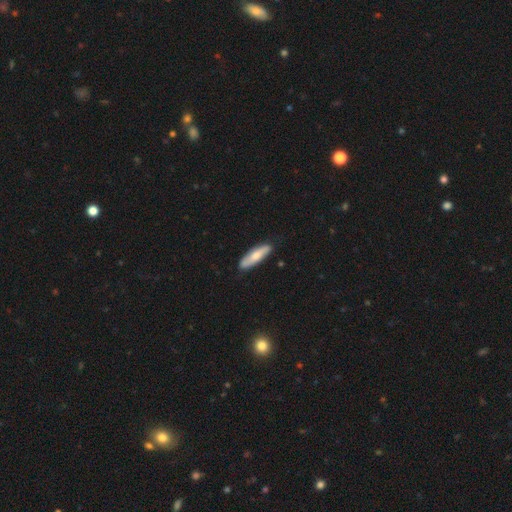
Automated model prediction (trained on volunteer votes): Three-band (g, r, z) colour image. It shows a smooth galaxy with no disk features (67%) that is cigar-shaped (64%). Merging: none (85%).